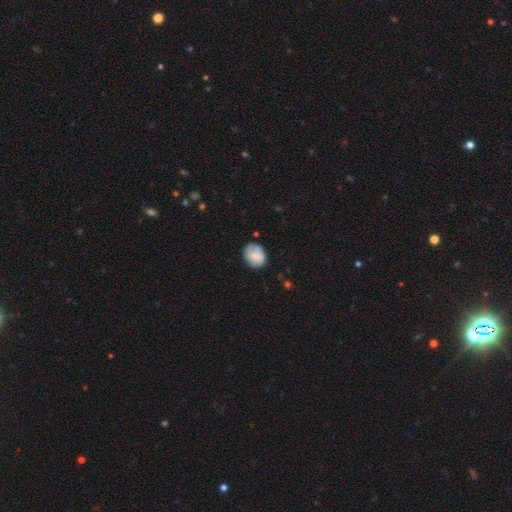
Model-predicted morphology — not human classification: Overall: smooth (72%). How rounded: round (55%; in between 44%). Merging: none (68%).